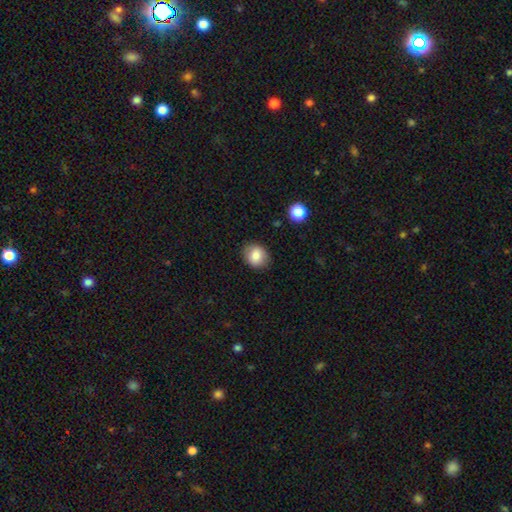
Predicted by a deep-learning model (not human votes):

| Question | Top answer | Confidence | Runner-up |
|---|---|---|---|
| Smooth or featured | smooth | 82% | featured or disk (10%) |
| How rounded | round | 67% | in between (32%) |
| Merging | none | 86% | minor disturbance (10%) |